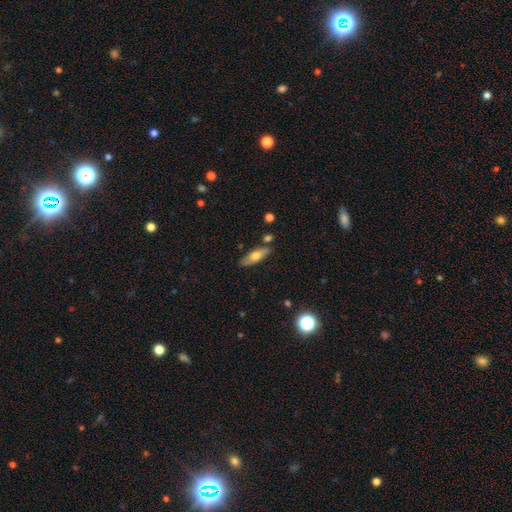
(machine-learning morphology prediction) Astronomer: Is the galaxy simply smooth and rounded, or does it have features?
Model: smooth — 60%.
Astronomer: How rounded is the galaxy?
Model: in between — 54% (runner-up: cigar-shaped, 43%).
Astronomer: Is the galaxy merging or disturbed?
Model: none — 80%.